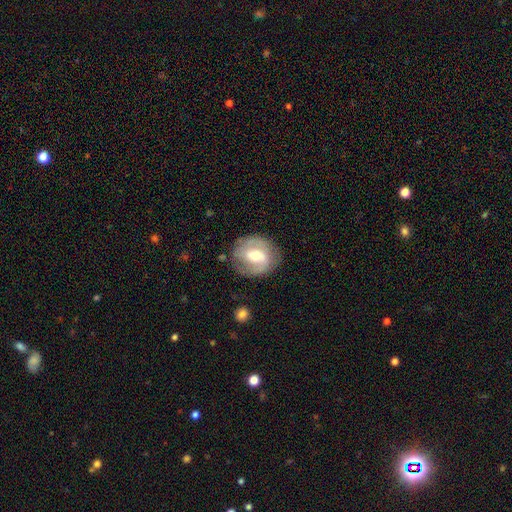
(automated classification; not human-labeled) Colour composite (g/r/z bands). It shows a featured or disk galaxy (67%) with a weak bar (47%), spiral arms (75%) and a moderate central bulge (67%). Merging: none (76%).